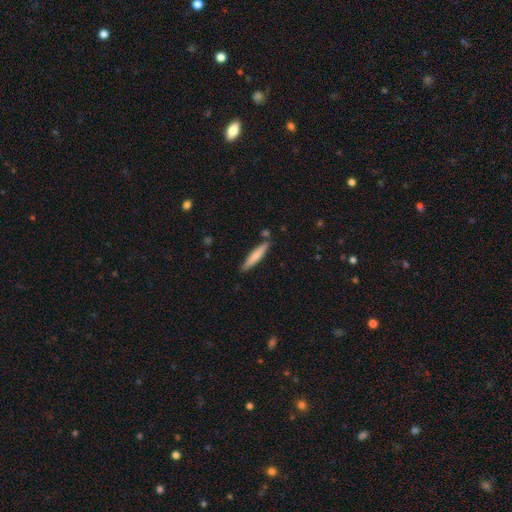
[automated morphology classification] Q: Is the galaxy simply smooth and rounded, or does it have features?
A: smooth — 73%.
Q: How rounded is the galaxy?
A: cigar-shaped — 91%.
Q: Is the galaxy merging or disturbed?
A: none — 84%.